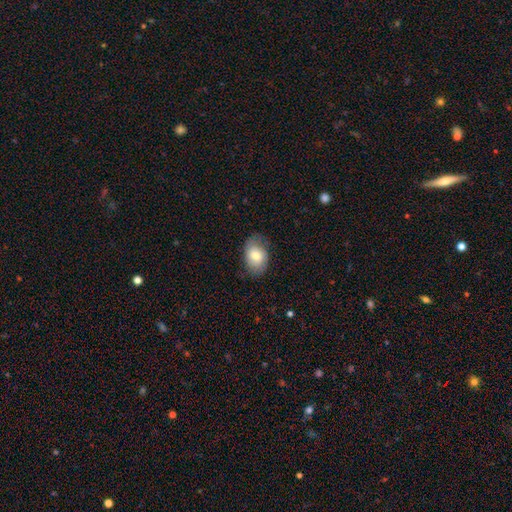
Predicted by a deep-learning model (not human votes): Smooth or featured? smooth (70%)
How rounded? in between (80%)
Merging? none (72%)